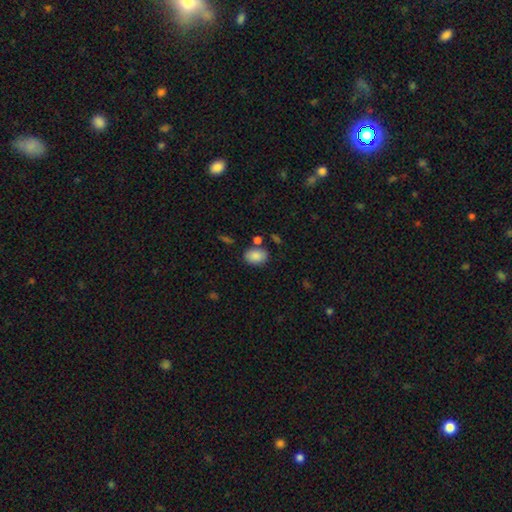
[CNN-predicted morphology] Smooth or featured? smooth (87%)
How rounded? in between (81%)
Merging? none (72%)